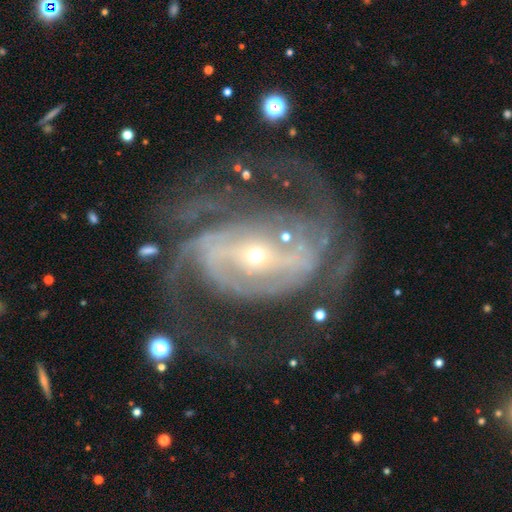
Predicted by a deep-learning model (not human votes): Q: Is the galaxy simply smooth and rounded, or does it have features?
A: featured or disk — 90%.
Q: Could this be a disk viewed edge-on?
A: no — 97%.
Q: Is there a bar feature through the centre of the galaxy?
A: strong — 44%.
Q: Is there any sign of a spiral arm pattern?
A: yes — 96%.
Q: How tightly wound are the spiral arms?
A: medium — 46%.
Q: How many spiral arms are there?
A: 2 — 42%.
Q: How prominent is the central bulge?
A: small — 78%.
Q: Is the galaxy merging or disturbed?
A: none — 56%.